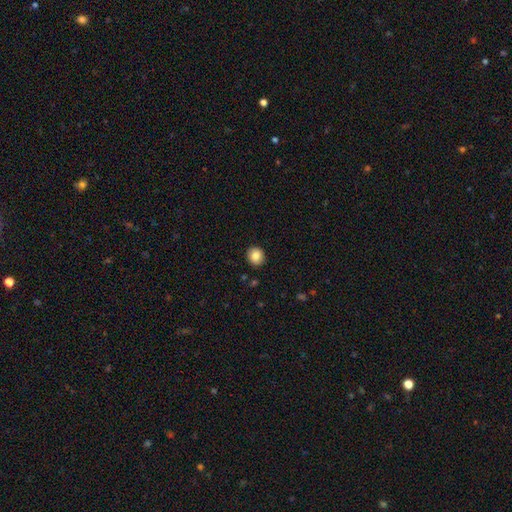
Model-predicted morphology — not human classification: Q: Smooth or featured?
A: smooth (85%); runner-up: star or artifact (9%)
Q: How rounded?
A: round (82%); runner-up: in between (17%)
Q: Merging?
A: none (91%); runner-up: minor disturbance (6%)